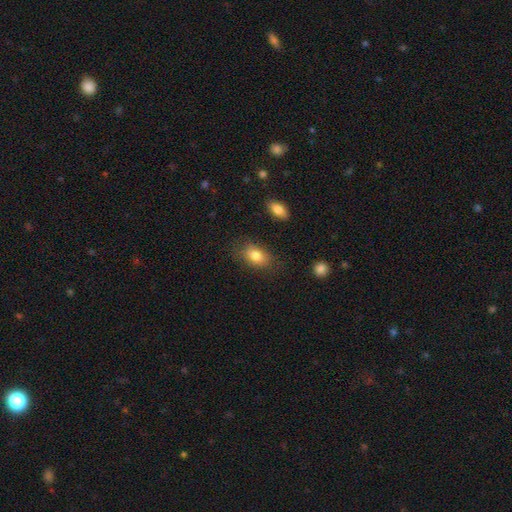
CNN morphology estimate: Smooth or featured?
  - smooth: 81% *
  - featured or disk: 10%
  - star or artifact: 8%
How rounded?
  - in between: 85% *
  - round: 13%
  - cigar-shaped: 2%
Merging?
  - none: 75% *
  - minor disturbance: 17%
  - major disturbance: 5%
  - merger: 3%